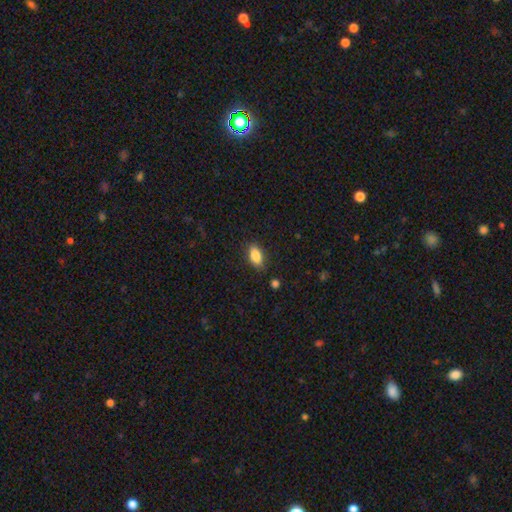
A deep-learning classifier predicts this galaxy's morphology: smooth_or_featured: smooth (p=0.86) [alt: star or artifact p=0.08]
how_rounded: in between (p=0.90) [alt: cigar-shaped p=0.06]
merging: none (p=0.83) [alt: minor disturbance p=0.13]